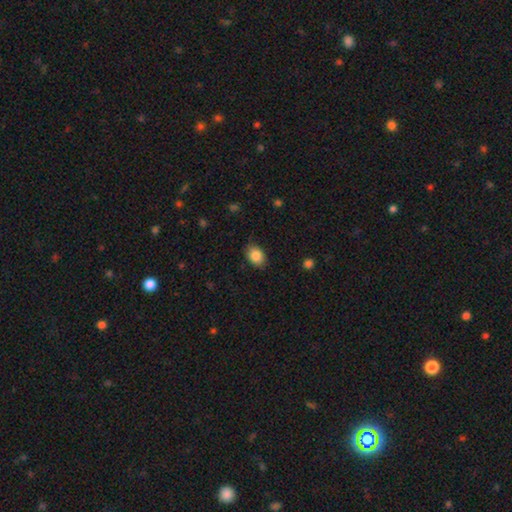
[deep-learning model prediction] smooth_or_featured: smooth (p=0.86) [alt: star or artifact p=0.08]
how_rounded: in between (p=0.75) [alt: round p=0.24]
merging: none (p=0.83) [alt: minor disturbance p=0.13]